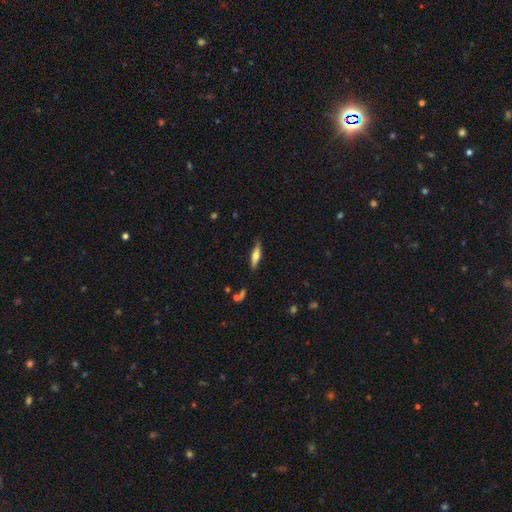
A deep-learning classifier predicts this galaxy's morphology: type=smooth (55%); roundness=cigar-shaped (64%); merging=none (84%).